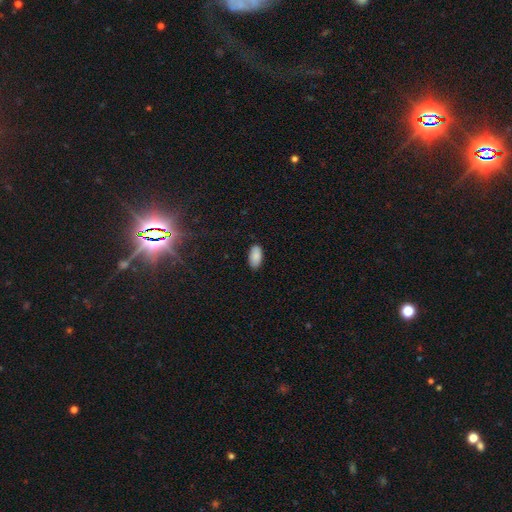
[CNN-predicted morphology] type=smooth (88%); roundness=in between (95%); merging=none (86%).